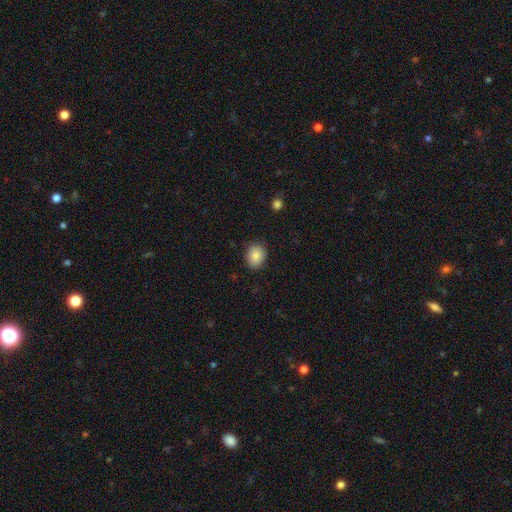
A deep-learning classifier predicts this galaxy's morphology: Smooth or featured?
  - smooth: 85% *
  - star or artifact: 9%
  - featured or disk: 6%
How rounded?
  - round: 55% *
  - in between: 45%
  - cigar-shaped: 1%
Merging?
  - none: 85% *
  - minor disturbance: 11%
  - major disturbance: 2%
  - merger: 1%